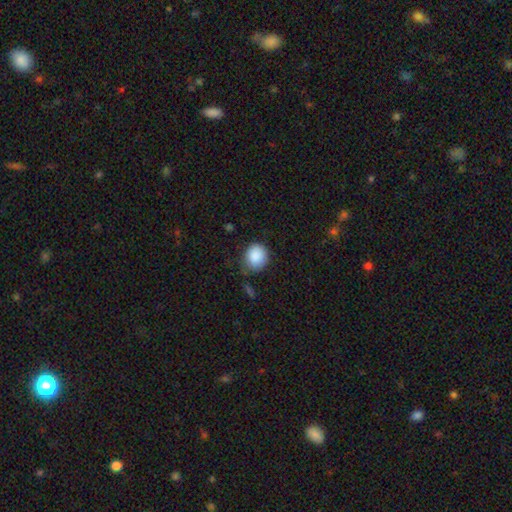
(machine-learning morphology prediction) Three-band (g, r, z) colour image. It shows a smooth galaxy with no disk features (88%) that is round (75%). Merging: none (71%).